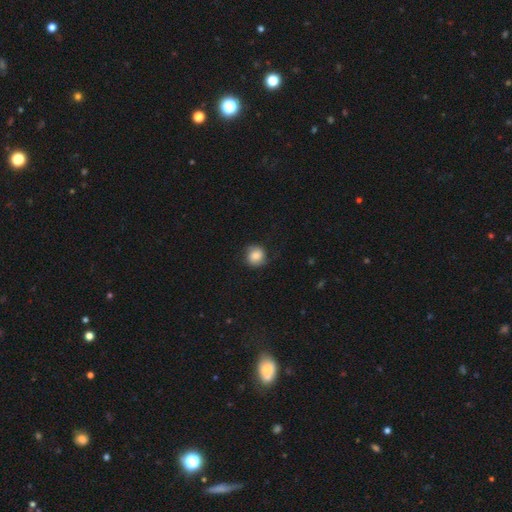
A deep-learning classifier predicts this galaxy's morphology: smooth-or-featured: smooth: 74% | featured or disk: 17% | star or artifact: 9%
  how-rounded: round: 82% | in between: 17% | cigar-shaped: 1%
  merging: none: 75% | minor disturbance: 18% | major disturbance: 6% | merger: 1%